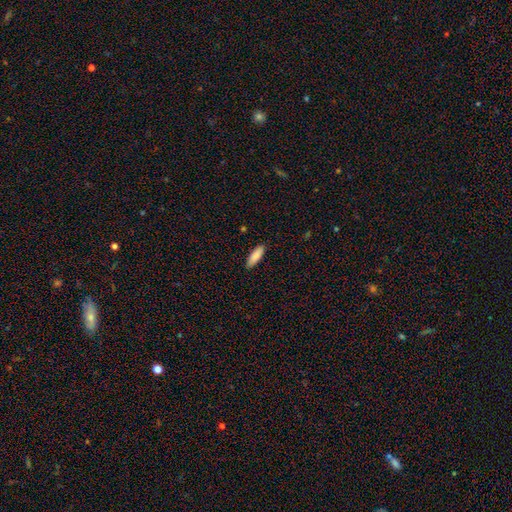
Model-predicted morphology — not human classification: type=smooth (88%); roundness=in between (49%, tied with cigar-shaped); merging=none (89%).